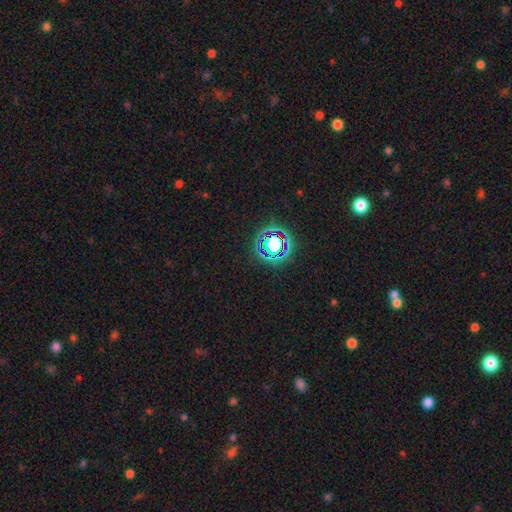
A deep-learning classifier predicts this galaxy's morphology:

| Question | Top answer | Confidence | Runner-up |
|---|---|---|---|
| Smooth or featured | star or artifact | 80% | smooth (13%) |